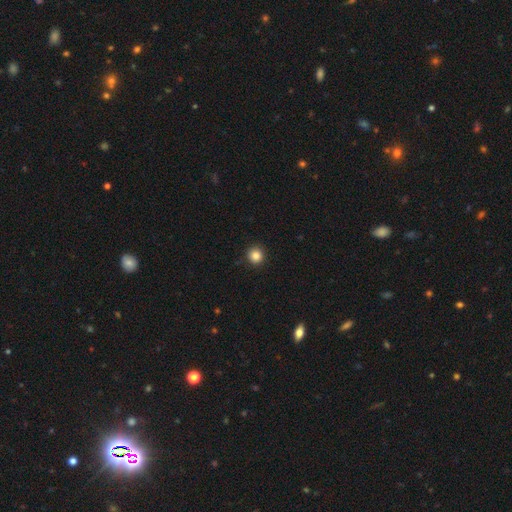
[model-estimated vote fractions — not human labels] Overall: smooth (85%). How rounded: round (95%). Merging: none (91%).